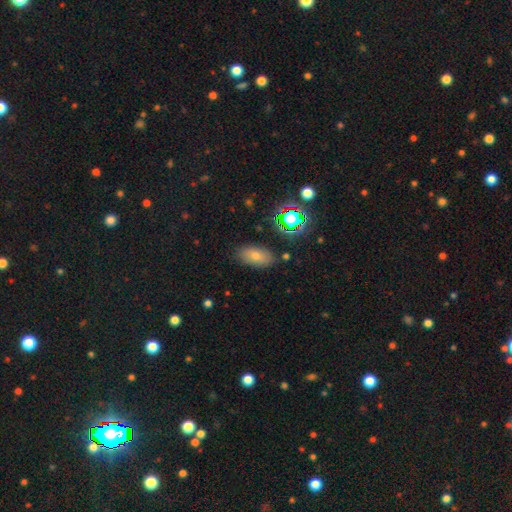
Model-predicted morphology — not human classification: Smooth or featured? Predicted: smooth (p=0.63). How rounded? Predicted: in between (p=0.88). Merging? Predicted: none (p=0.84).